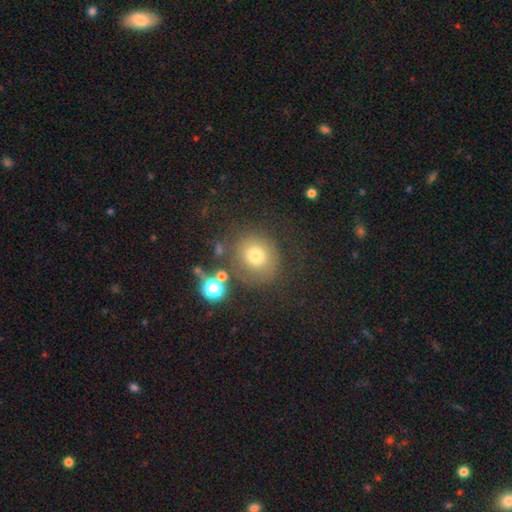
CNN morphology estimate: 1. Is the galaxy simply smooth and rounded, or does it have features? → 70% smooth, 16% star or artifact, 14% featured or disk.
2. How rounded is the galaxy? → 86% round, 13% in between, 1% cigar-shaped.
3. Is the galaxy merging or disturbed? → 71% none, 14% minor disturbance, 9% major disturbance, 6% merger.